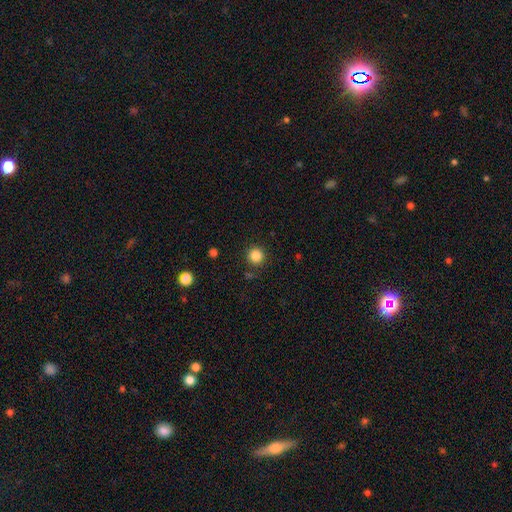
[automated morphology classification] Smooth or featured? smooth (85%)
How rounded? round (95%)
Merging? none (89%)